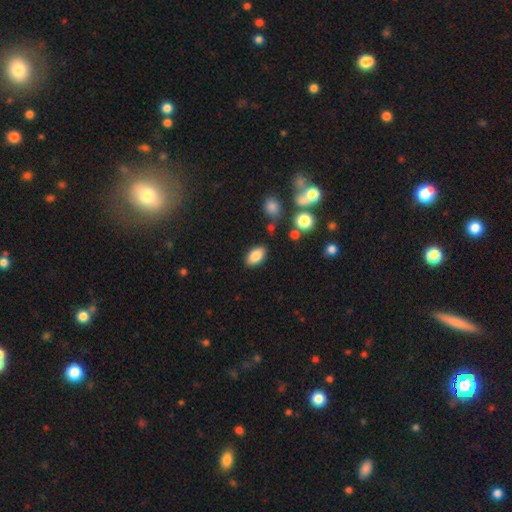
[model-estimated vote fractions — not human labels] smooth_or_featured: smooth (p=0.85) [alt: star or artifact p=0.09]
how_rounded: in between (p=0.91) [alt: round p=0.06]
merging: none (p=0.85) [alt: minor disturbance p=0.10]